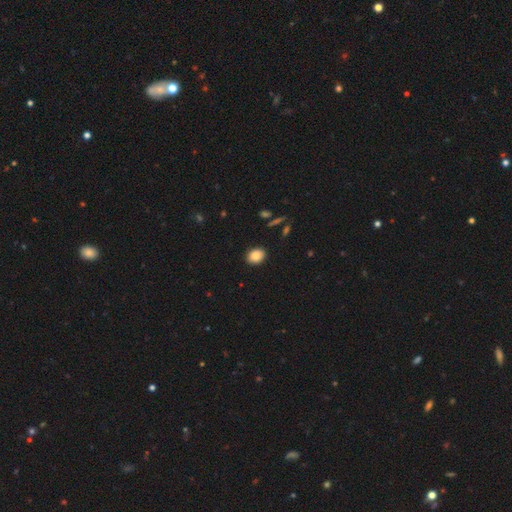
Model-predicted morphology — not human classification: type=smooth (85%); roundness=in between (56%); merging=none (90%).